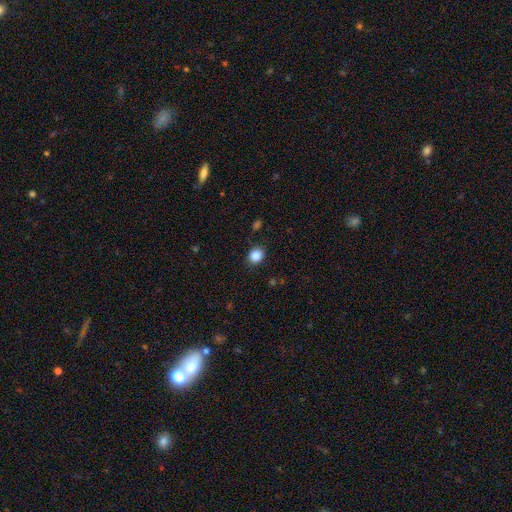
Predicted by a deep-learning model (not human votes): Smooth or featured? Predicted: smooth (p=0.87). How rounded? Predicted: round (p=0.65). Merging? Predicted: none (p=0.87).